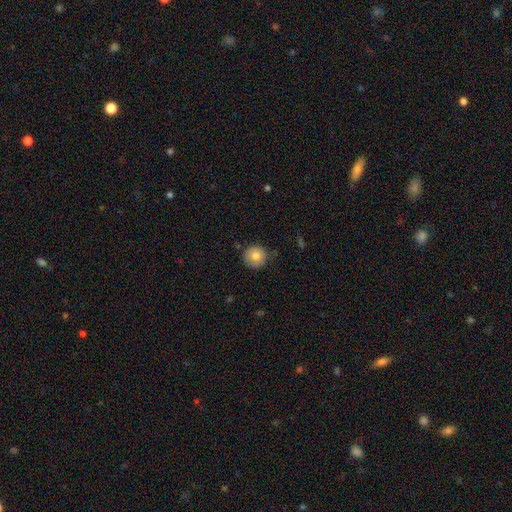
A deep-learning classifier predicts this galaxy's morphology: A smooth galaxy with no disk features (79%) that is round (94%). Merging: none (81%).